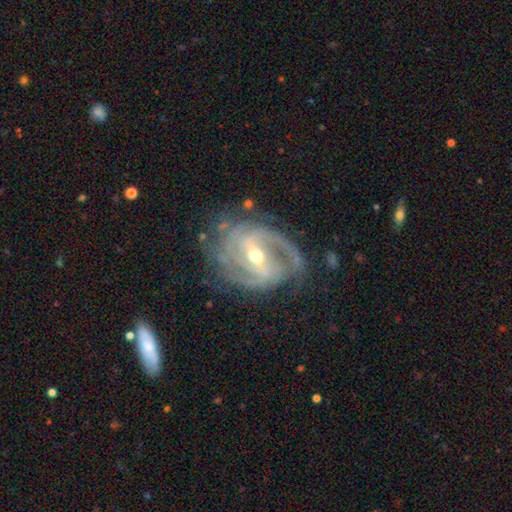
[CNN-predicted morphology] type=featured or disk (91%); edge-on=no (97%); bar=strong (45%); spiral arms=yes (98%); winding=tight (49%); arm count=2 (43%); bulge=moderate (53%); merging=none (72%).